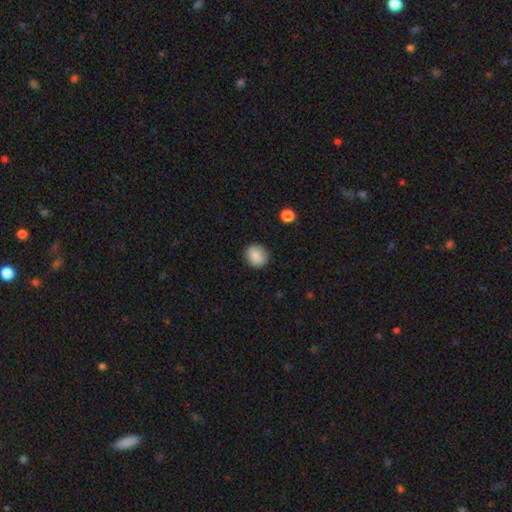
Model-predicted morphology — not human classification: The model was most divided on "how rounded": round: 68%, in between: 31%, cigar-shaped: 1%. More confident: merging — none (86%); smooth or featured — smooth (86%).